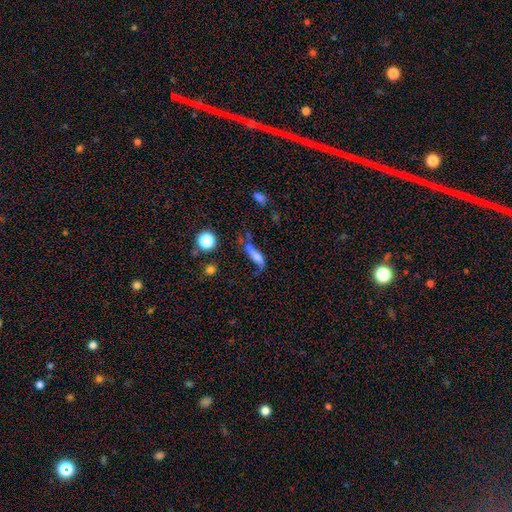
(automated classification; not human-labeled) Morphology: type=smooth (59%); roundness=cigar-shaped (53%); merging=none (34%).